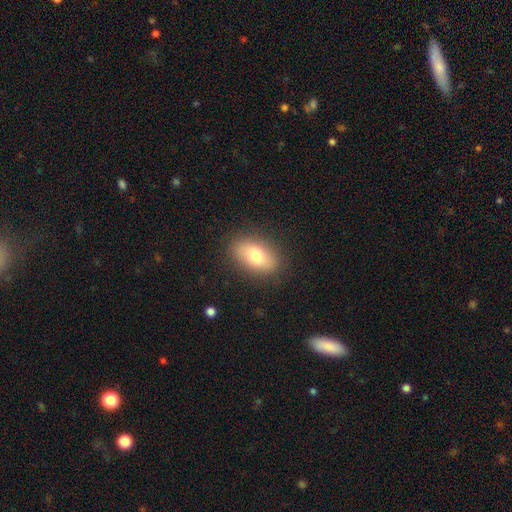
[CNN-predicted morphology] Smooth or featured? Predicted: smooth (p=0.75). How rounded? Predicted: in between (p=0.88). Merging? Predicted: none (p=0.86).